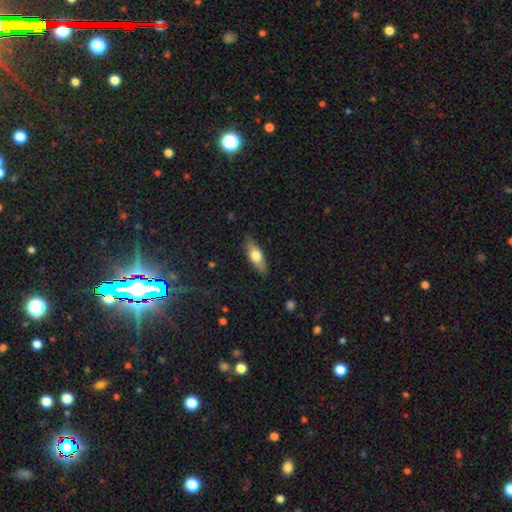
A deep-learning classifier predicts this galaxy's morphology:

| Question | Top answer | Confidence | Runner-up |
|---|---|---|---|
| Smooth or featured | smooth | 60% | featured or disk (34%) |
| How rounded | in between | 59% | cigar-shaped (38%) |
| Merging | none | 85% | minor disturbance (12%) |